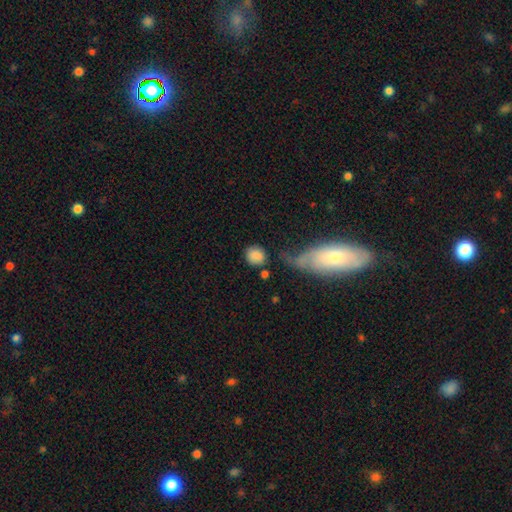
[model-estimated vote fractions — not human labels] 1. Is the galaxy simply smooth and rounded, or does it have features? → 84% smooth, 8% star or artifact, 8% featured or disk.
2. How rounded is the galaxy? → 78% round, 20% in between, 2% cigar-shaped.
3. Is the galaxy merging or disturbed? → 66% none, 14% minor disturbance, 10% merger, 9% major disturbance.